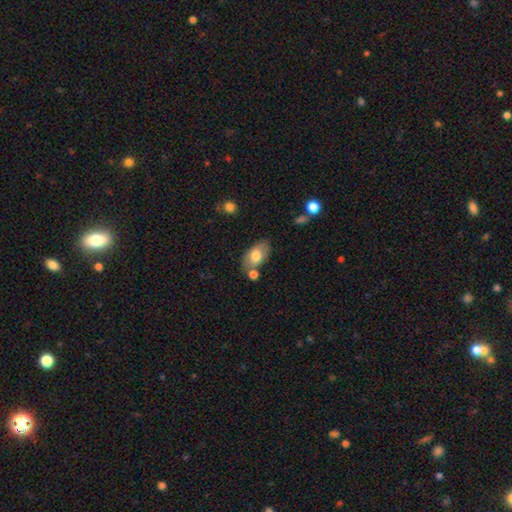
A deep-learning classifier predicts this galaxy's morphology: A smooth galaxy with no disk features (73%) that is in between round and cigar-shaped (92%).

Vote fractions:
- Smooth or featured? smooth: 73% / featured or disk: 21% / star or artifact: 7%
- How rounded? in between: 92% / round: 6% / cigar-shaped: 2%
- Merging? none: 67% / minor disturbance: 16% / merger: 13% / major disturbance: 4%